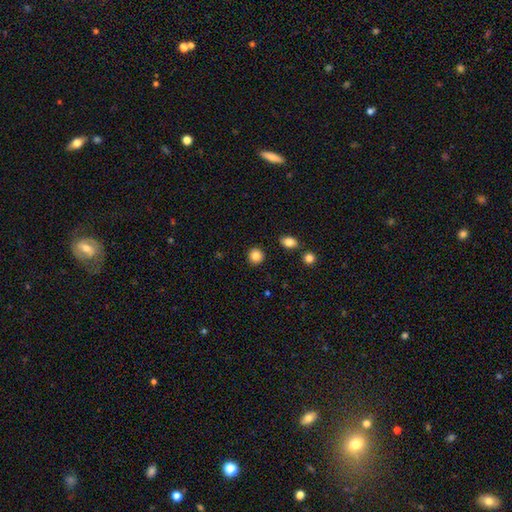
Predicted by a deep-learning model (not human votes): Morphology: type=smooth (85%); roundness=round (91%); merging=none (91%).